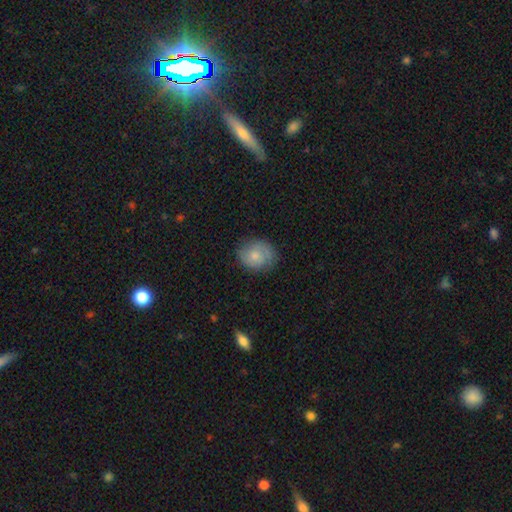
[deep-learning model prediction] Q: Smooth or featured?
A: smooth (64%); runner-up: featured or disk (28%)
Q: How rounded?
A: round (65%); runner-up: in between (34%)
Q: Merging?
A: none (74%); runner-up: minor disturbance (19%)